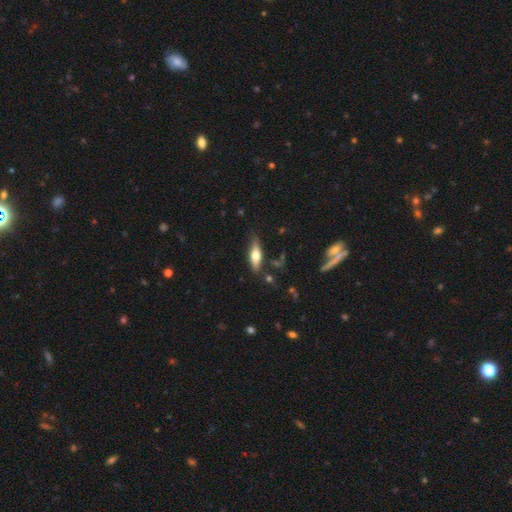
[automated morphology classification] A smooth galaxy with no disk features (49%). Merging: none (76%).